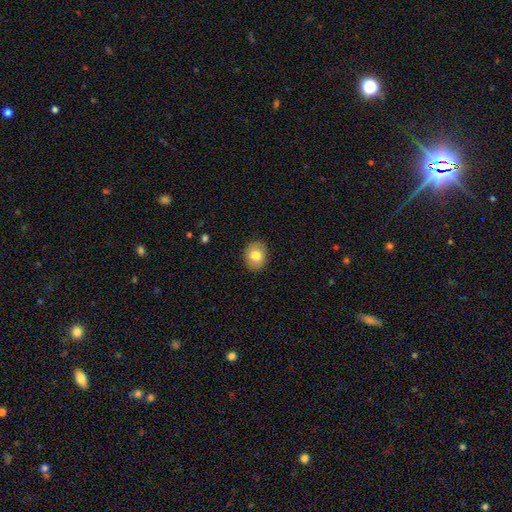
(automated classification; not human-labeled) Smooth or featured? smooth (79%)
How rounded? round (57%)
Merging? none (88%)